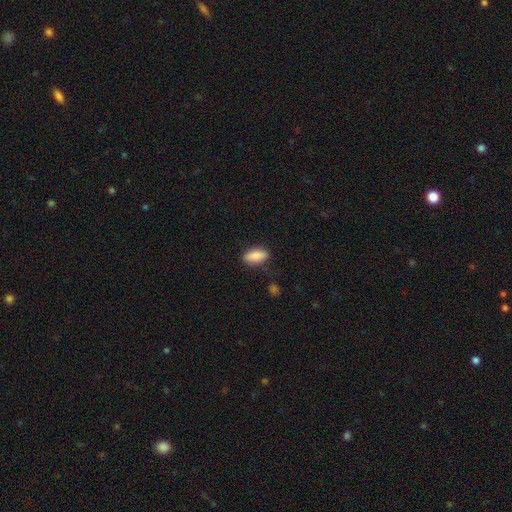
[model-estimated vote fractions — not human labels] Q: Smooth or featured?
A: smooth (87%); runner-up: star or artifact (7%)
Q: How rounded?
A: in between (84%); runner-up: cigar-shaped (13%)
Q: Merging?
A: none (82%); runner-up: minor disturbance (13%)